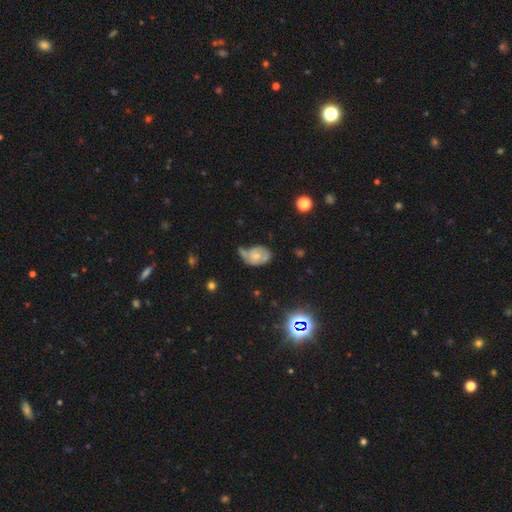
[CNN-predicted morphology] A featured or disk galaxy (48%).

Vote fractions:
- Smooth or featured? featured or disk: 48% / smooth: 42% / star or artifact: 10%
- Merging? minor disturbance: 36% / none: 27% / major disturbance: 25% / merger: 11%